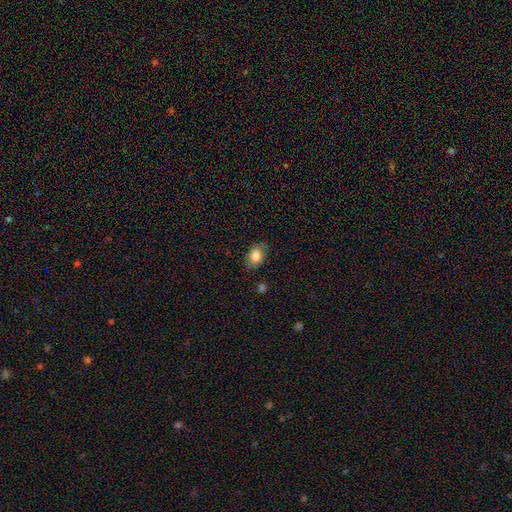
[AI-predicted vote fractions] Smooth or featured? smooth (82%)
How rounded? in between (79%)
Merging? none (76%)